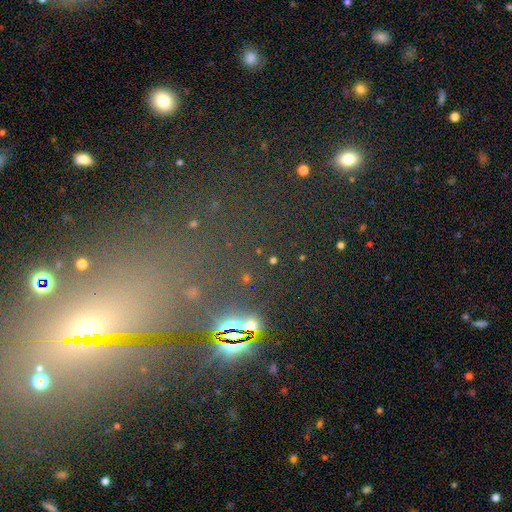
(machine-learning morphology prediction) Overall: star or artifact (54%; smooth 28%).